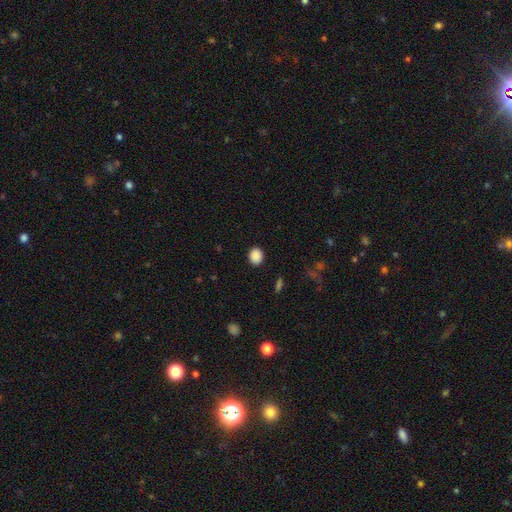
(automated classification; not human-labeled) smooth-or-featured: smooth: 89% | star or artifact: 9% | featured or disk: 3%
  how-rounded: round: 61% | in between: 38% | cigar-shaped: 1%
  merging: none: 90% | minor disturbance: 7% | major disturbance: 2% | merger: 1%